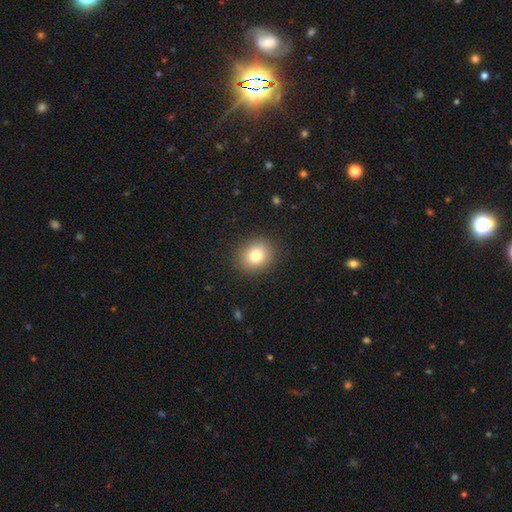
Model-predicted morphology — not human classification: This appears to be a smooth galaxy with no disk features (79%) that is round (74%). Merging: none (89%).